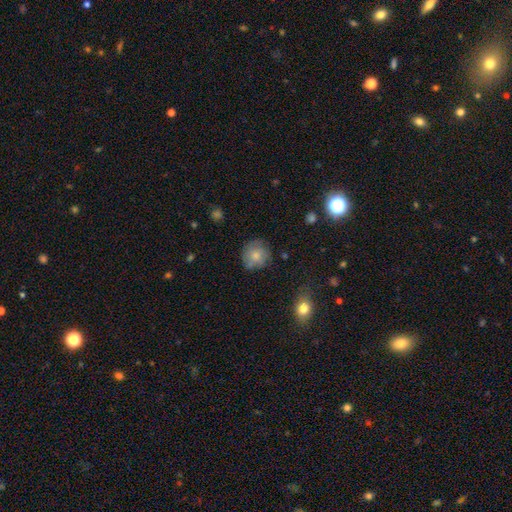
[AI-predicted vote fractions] A smooth galaxy with no disk features (67%) that is round (86%).

Vote fractions:
- Smooth or featured? smooth: 67% / featured or disk: 24% / star or artifact: 8%
- How rounded? round: 86% / in between: 13% / cigar-shaped: 1%
- Merging? none: 70% / minor disturbance: 21% / major disturbance: 7% / merger: 2%